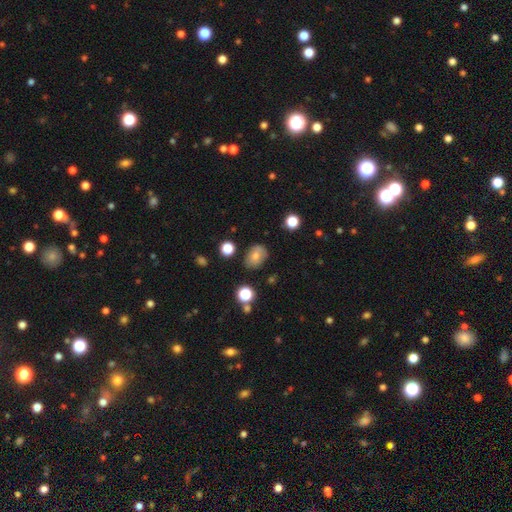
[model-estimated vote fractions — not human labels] smooth_or_featured: smooth (p=0.70) [alt: featured or disk p=0.18]
how_rounded: in between (p=0.66) [alt: round p=0.33]
merging: none (p=0.73) [alt: minor disturbance p=0.20]